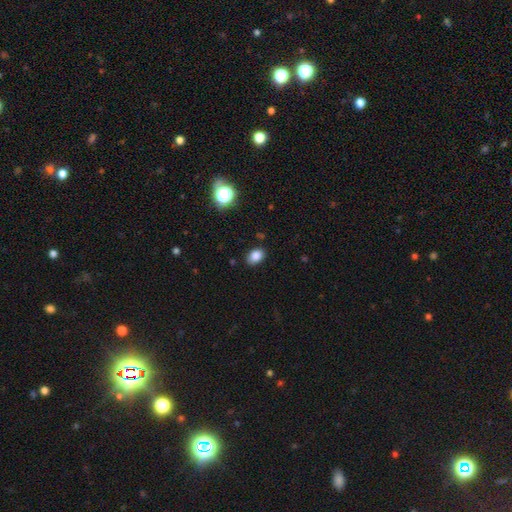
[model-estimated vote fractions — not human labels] Smooth or featured?
  - smooth: 84% *
  - star or artifact: 11%
  - featured or disk: 5%
How rounded?
  - in between: 79% *
  - round: 19%
  - cigar-shaped: 1%
Merging?
  - none: 86% *
  - minor disturbance: 10%
  - major disturbance: 2%
  - merger: 1%